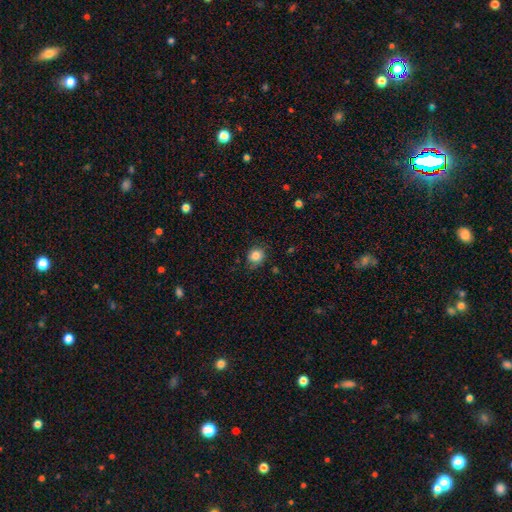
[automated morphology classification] Smooth or featured? Predicted: smooth (p=0.83). How rounded? Predicted: round (p=0.74). Merging? Predicted: none (p=0.74).